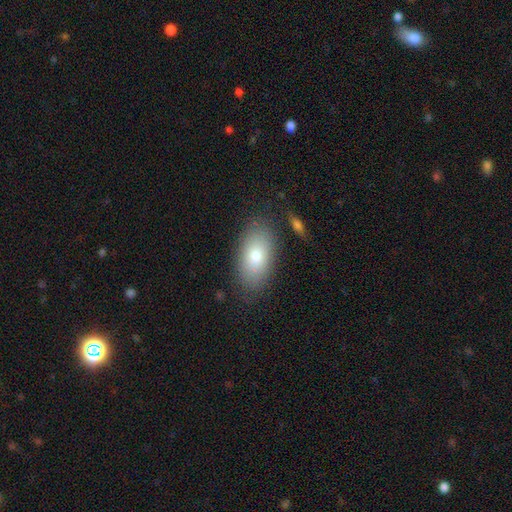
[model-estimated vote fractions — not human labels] smooth-or-featured: smooth: 77% | featured or disk: 15% | star or artifact: 8%
  how-rounded: in between: 92% | round: 6% | cigar-shaped: 3%
  merging: none: 83% | minor disturbance: 12% | major disturbance: 4% | merger: 2%